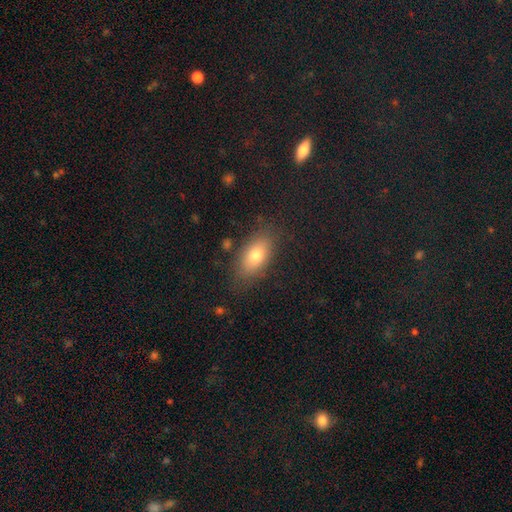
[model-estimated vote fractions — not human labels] Q: Smooth or featured?
A: smooth (75%); runner-up: featured or disk (16%)
Q: How rounded?
A: in between (86%); runner-up: round (8%)
Q: Merging?
A: none (81%); runner-up: minor disturbance (13%)